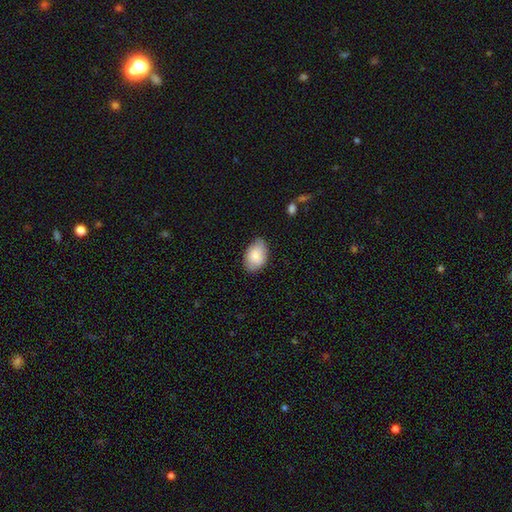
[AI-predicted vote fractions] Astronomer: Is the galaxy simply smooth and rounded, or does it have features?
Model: smooth — 83%.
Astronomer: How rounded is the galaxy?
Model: in between — 88%.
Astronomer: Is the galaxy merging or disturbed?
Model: none — 74%.